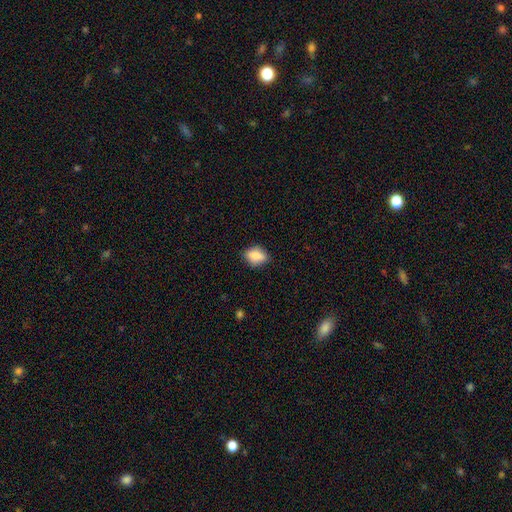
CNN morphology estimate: The model was most divided on "how rounded": in between: 71%, round: 26%, cigar-shaped: 3%. More confident: smooth or featured — smooth (83%); merging — none (78%).